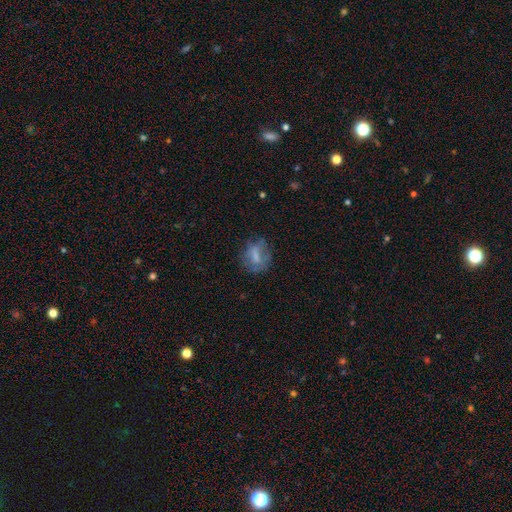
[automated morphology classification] This appears to be a smooth galaxy with no disk features (58%) that is round (54%). Merging: none (58%).